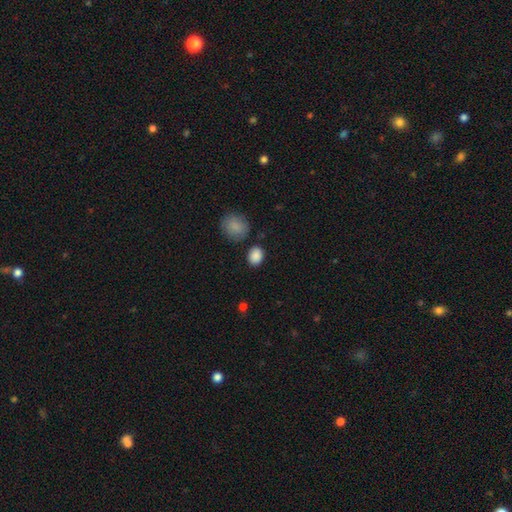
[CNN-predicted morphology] A smooth galaxy with no disk features (88%) that is in between round and cigar-shaped (61%). Merging: none (81%).